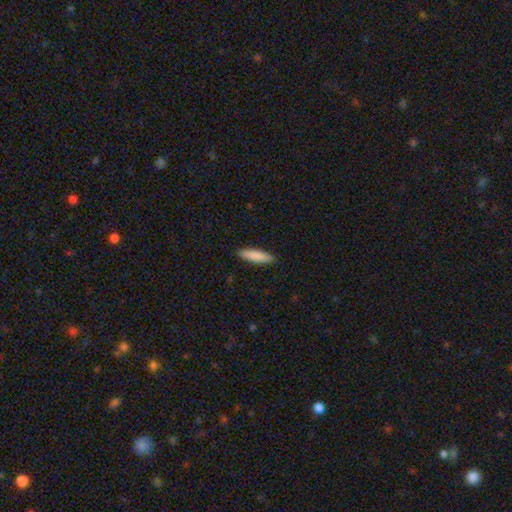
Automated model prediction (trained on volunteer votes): smooth-or-featured: smooth: 85% | featured or disk: 9% | star or artifact: 6%
  how-rounded: cigar-shaped: 72% | in between: 26% | round: 1%
  merging: none: 90% | minor disturbance: 7% | major disturbance: 2% | merger: 1%